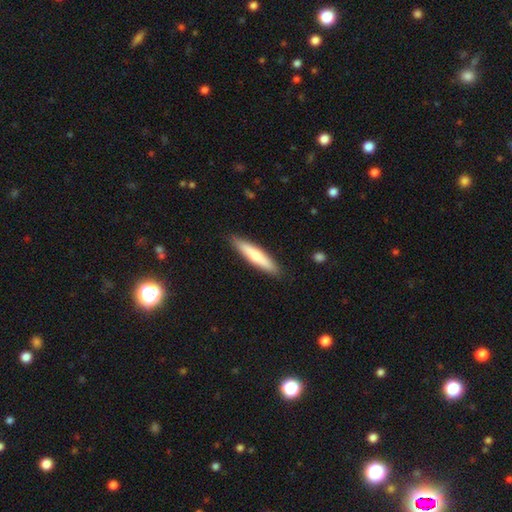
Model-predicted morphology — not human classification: This appears to be a smooth galaxy with no disk features (65%) that is cigar-shaped (87%). Merging: none (89%).